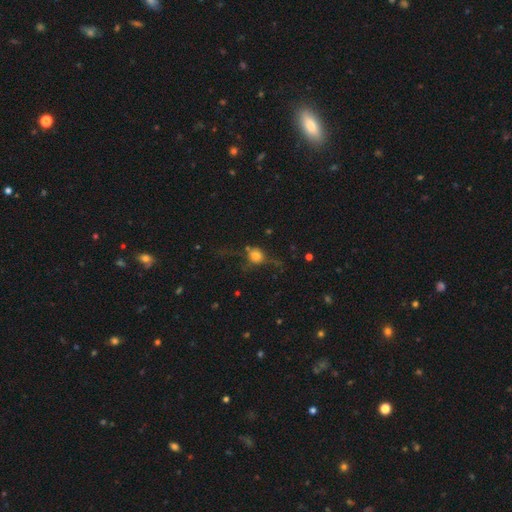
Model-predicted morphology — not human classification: Smooth or featured? smooth (62%)
How rounded? round (82%)
Merging? none (52%)